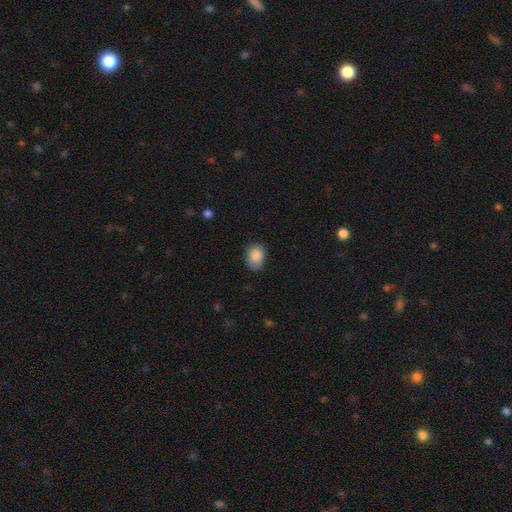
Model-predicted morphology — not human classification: Smooth or featured? smooth (87%)
How rounded? in between (69%)
Merging? none (77%)